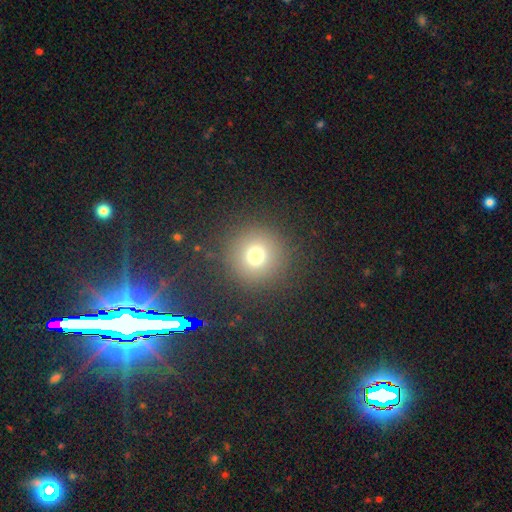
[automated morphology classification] smooth_or_featured: smooth (p=0.73) [alt: star or artifact p=0.18]
how_rounded: round (p=0.96) [alt: in between p=0.03]
merging: none (p=0.88) [alt: minor disturbance p=0.06]